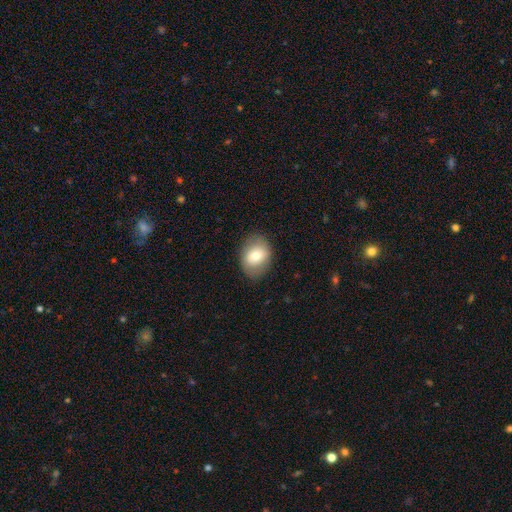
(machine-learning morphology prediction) Smooth or featured? Predicted: smooth (p=0.72). How rounded? Predicted: in between (p=0.66). Merging? Predicted: none (p=0.83).